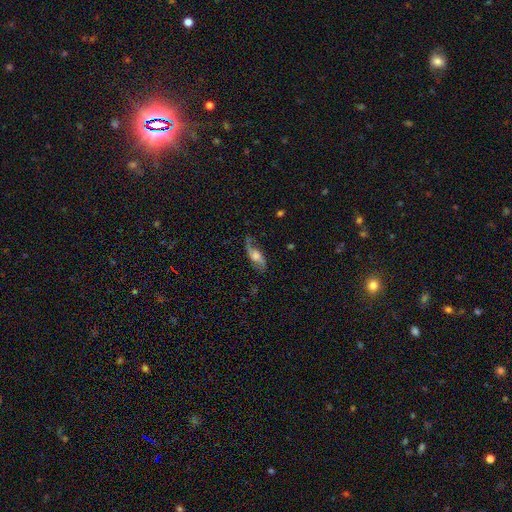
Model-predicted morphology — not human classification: The model was most divided on "bar": no: 58%, weak: 33%, strong: 9%. Remaining: spiral arms — yes (89%); edge-on disk — no (85%); merging — none (66%); smooth or featured — featured or disk (65%); bulge size — moderate (48%).